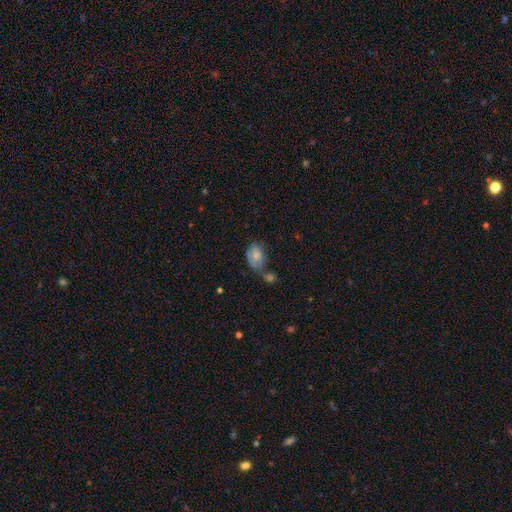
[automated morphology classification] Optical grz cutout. It shows a smooth galaxy with no disk features (76%) that is in between round and cigar-shaped (82%). Merging: none (35%).